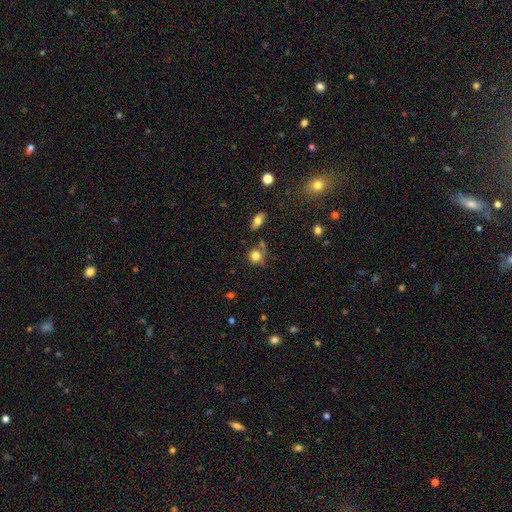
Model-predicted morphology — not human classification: Smooth or featured?
  - smooth: 80% *
  - star or artifact: 10%
  - featured or disk: 9%
How rounded?
  - round: 82% *
  - in between: 16%
  - cigar-shaped: 1%
Merging?
  - none: 59% *
  - minor disturbance: 19%
  - merger: 14%
  - major disturbance: 7%